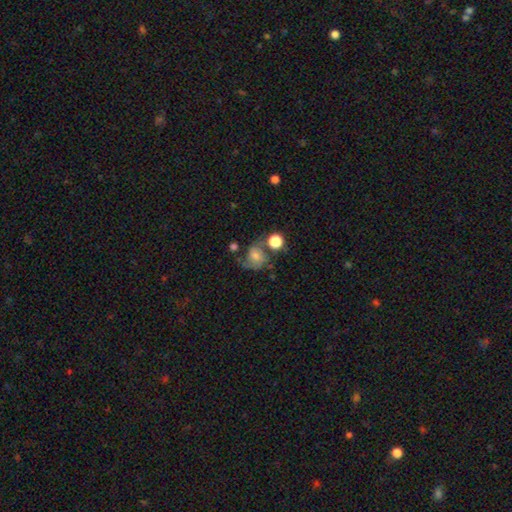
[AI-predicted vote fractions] Smooth or featured? smooth (48%)
Merging? none (41%)